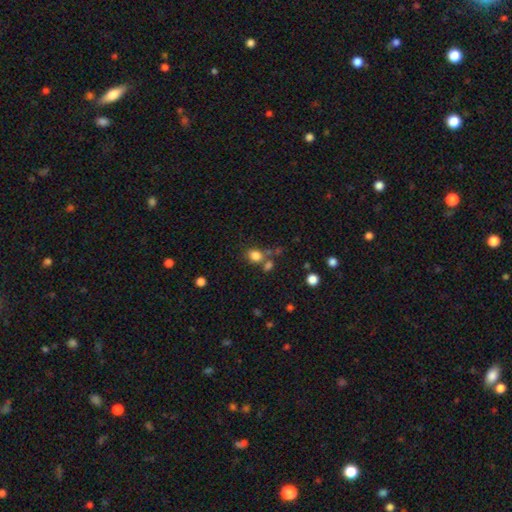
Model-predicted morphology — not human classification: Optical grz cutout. It shows a smooth galaxy with no disk features (80%) that is round (57%). Merging: none (59%).